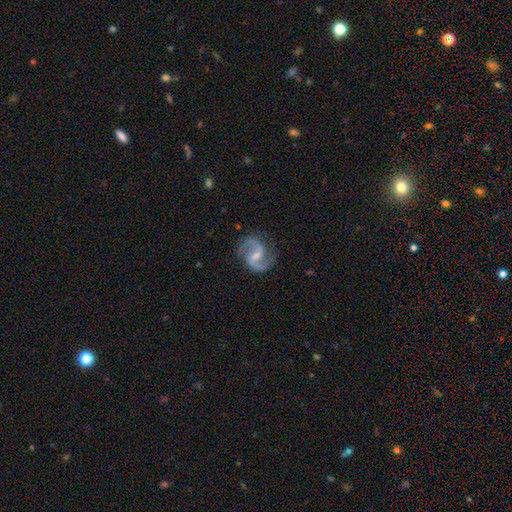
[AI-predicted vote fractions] Smooth or featured: featured or disk — 92% (star or artifact — 4%)
Edge-on disk: no — 98% (yes — 2%)
Bar: weak — 52% (no — 27%)
Spiral arms: yes — 98% (no — 2%)
Spiral winding: medium — 58% (loose — 31%)
Spiral arm count: 2 — 94% (can't tell — 1%)
Bulge size: small — 57% (moderate — 31%)
Merging: none — 82% (minor disturbance — 13%)